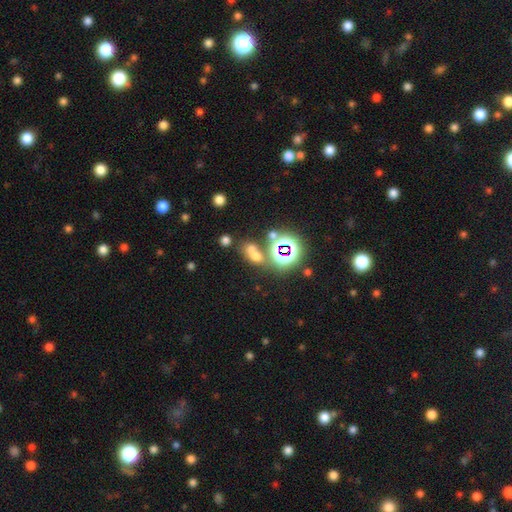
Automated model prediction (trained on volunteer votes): Smooth or featured? smooth (50%)
How rounded? in between (49%)
Merging? none (45%)